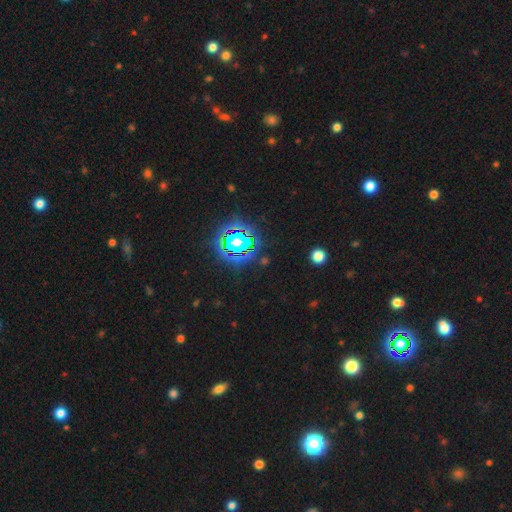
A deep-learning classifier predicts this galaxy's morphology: smooth-or-featured: star or artifact: 80% | smooth: 12% | featured or disk: 7%